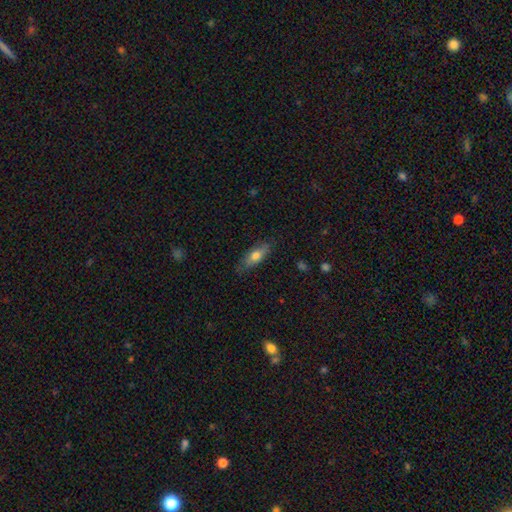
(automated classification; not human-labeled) The model was most divided on "how rounded": in between: 62%, cigar-shaped: 35%, round: 3%. More confident: merging — none (79%); smooth or featured — smooth (69%).